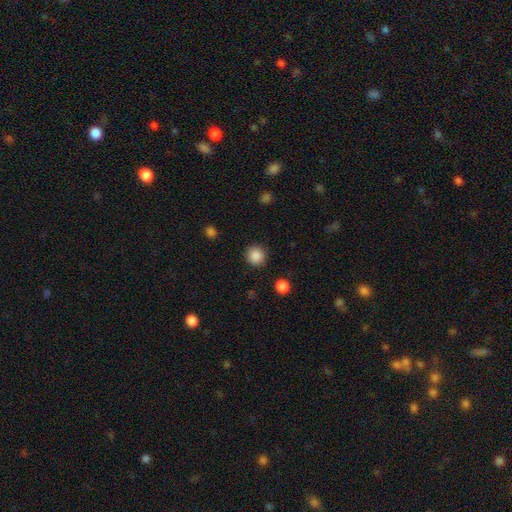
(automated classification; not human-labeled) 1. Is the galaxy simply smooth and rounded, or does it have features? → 87% smooth, 10% star or artifact, 3% featured or disk.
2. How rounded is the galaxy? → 93% round, 6% in between, 1% cigar-shaped.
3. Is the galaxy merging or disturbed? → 90% none, 6% minor disturbance, 2% major disturbance, 1% merger.